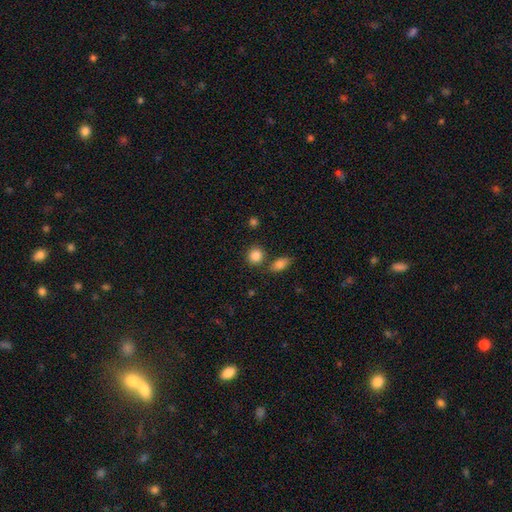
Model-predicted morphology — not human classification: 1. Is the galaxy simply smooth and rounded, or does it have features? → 86% smooth, 9% star or artifact, 5% featured or disk.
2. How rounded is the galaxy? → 77% round, 22% in between, 1% cigar-shaped.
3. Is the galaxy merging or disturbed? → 72% none, 14% merger, 11% minor disturbance, 3% major disturbance.